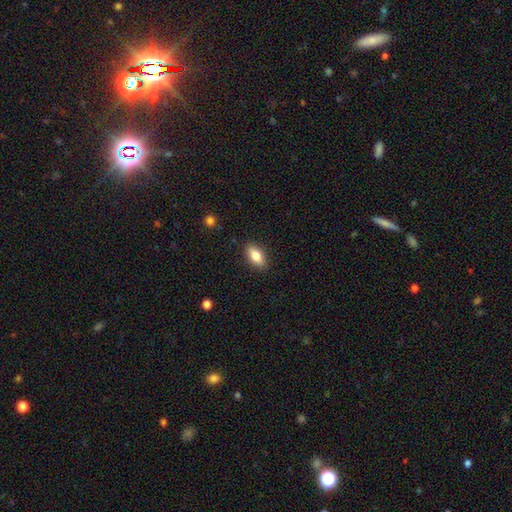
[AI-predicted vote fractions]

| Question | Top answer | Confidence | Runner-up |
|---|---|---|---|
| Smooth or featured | smooth | 81% | featured or disk (12%) |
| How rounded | in between | 88% | cigar-shaped (8%) |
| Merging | none | 88% | minor disturbance (9%) |